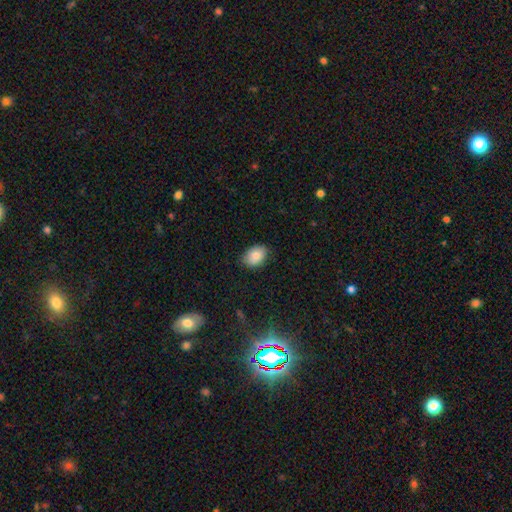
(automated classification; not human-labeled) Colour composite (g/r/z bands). It shows a smooth galaxy with no disk features (82%) that is in between round and cigar-shaped (79%). Merging: none (80%).